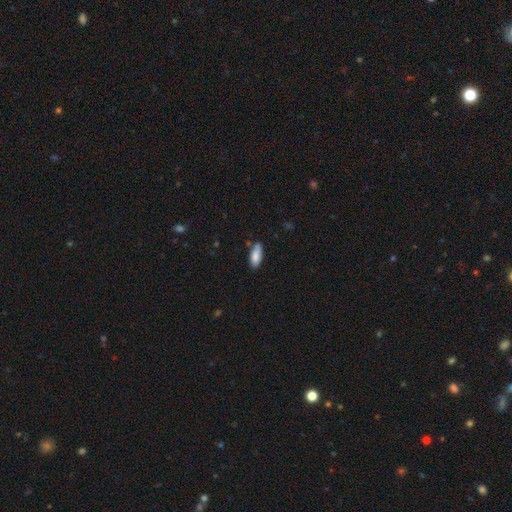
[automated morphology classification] Smooth or featured?
  - smooth: 85% *
  - featured or disk: 9%
  - star or artifact: 7%
How rounded?
  - in between: 80% *
  - cigar-shaped: 18%
  - round: 2%
Merging?
  - none: 68% *
  - minor disturbance: 21%
  - merger: 7%
  - major disturbance: 4%